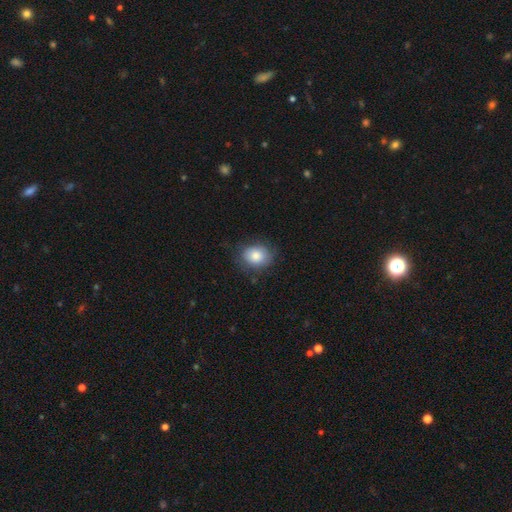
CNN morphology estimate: smooth-or-featured: smooth: 80% | featured or disk: 12% | star or artifact: 8%
  how-rounded: round: 58% | in between: 41% | cigar-shaped: 1%
  merging: none: 76% | minor disturbance: 18% | major disturbance: 5% | merger: 1%